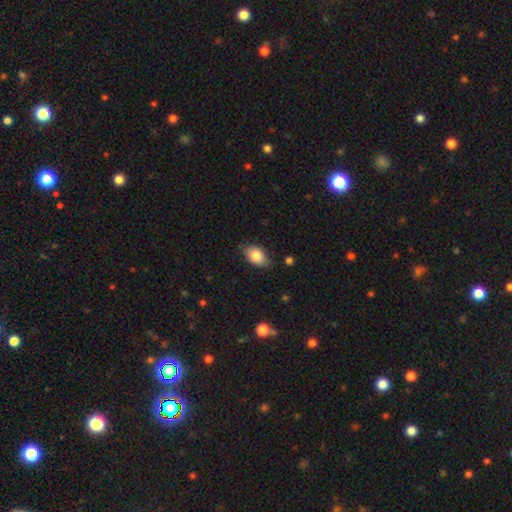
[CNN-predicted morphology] Smooth or featured? smooth (82%)
How rounded? in between (86%)
Merging? none (71%)